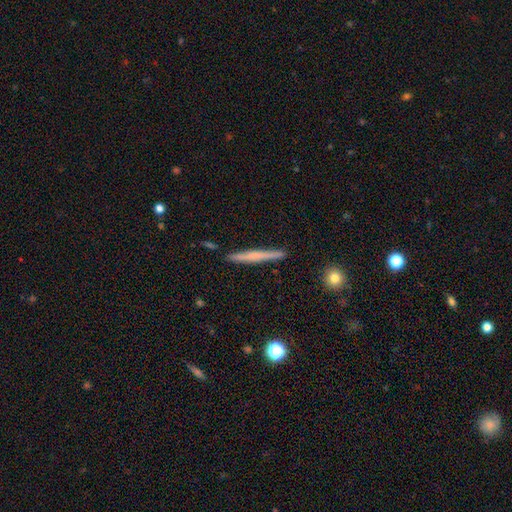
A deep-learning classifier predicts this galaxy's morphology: This appears to be a featured or disk galaxy (48%). Merging: none (90%).